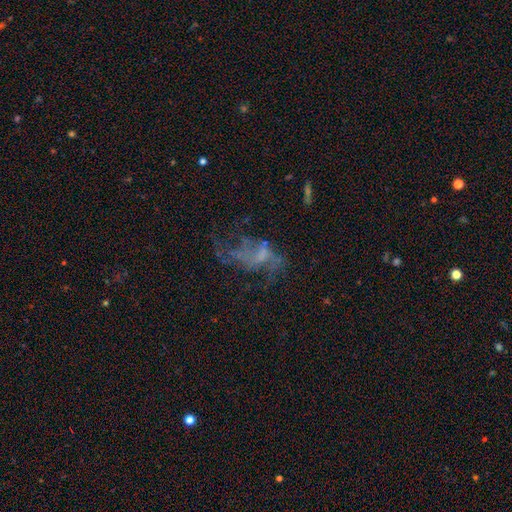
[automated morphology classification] This appears to be a featured or disk galaxy (54%) with no bar (72%), no spiral arms (53%) and no central bulge (52%). Merging: none (41%).